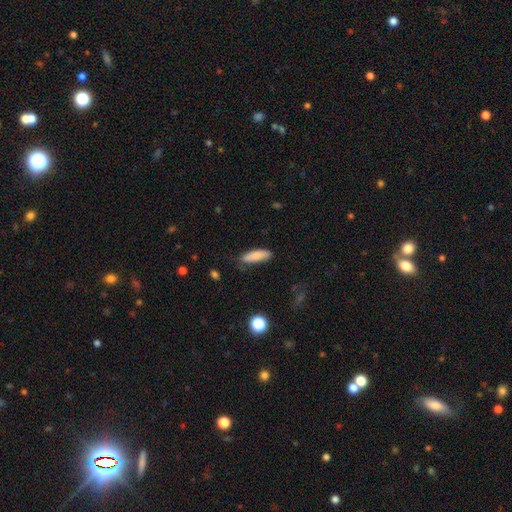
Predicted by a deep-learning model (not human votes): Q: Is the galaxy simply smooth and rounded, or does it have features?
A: smooth — 83%.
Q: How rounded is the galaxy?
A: cigar-shaped — 54%.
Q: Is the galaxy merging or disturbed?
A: none — 78%.